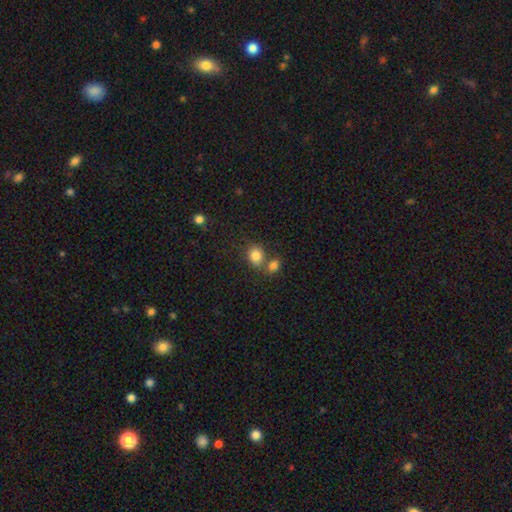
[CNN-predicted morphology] Overall: smooth (82%). How rounded: round (62%; in between 37%). Merging: none (50%; merger 35%).